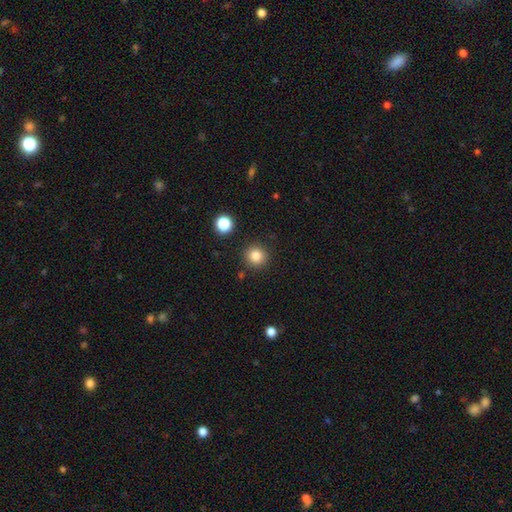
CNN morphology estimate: smooth_or_featured: smooth (p=0.83) [alt: star or artifact p=0.11]
how_rounded: round (p=0.94) [alt: in between p=0.05]
merging: none (p=0.89) [alt: minor disturbance p=0.06]